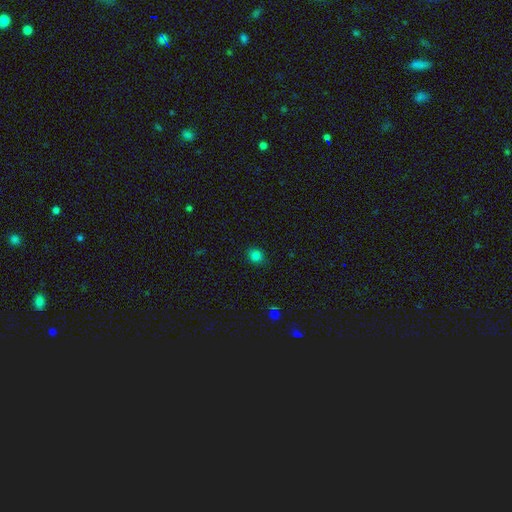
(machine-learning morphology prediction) smooth-or-featured: smooth: 81% | star or artifact: 15% | featured or disk: 4%
  how-rounded: round: 82% | in between: 17% | cigar-shaped: 1%
  merging: none: 89% | minor disturbance: 8% | major disturbance: 2% | merger: 1%